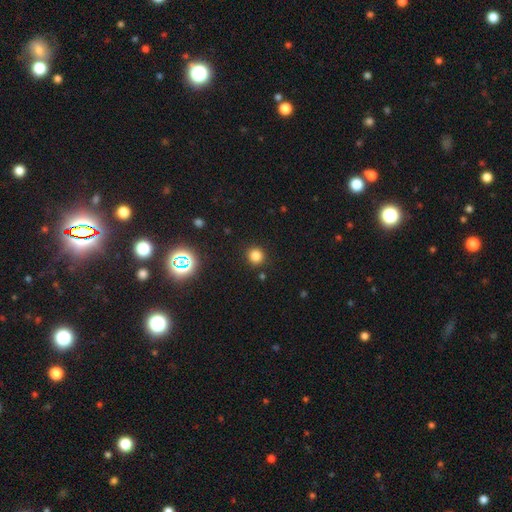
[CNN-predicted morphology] This appears to be a smooth galaxy with no disk features (79%) that is round (92%). Merging: none (90%).